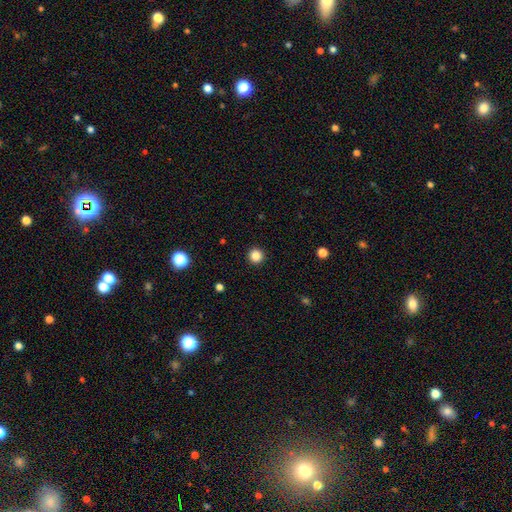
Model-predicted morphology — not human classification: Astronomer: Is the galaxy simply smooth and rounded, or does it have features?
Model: smooth — 85%.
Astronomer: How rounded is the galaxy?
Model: round — 96%.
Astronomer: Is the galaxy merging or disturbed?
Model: none — 93%.